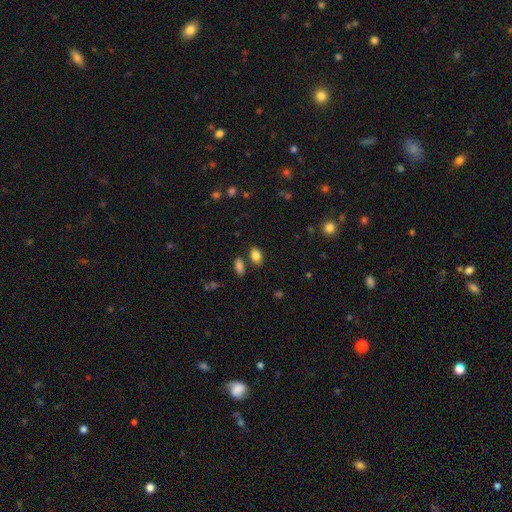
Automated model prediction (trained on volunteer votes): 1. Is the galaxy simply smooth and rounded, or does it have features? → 85% smooth, 9% star or artifact, 5% featured or disk.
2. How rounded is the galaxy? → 87% in between, 11% round, 2% cigar-shaped.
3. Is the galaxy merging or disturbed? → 77% none, 10% minor disturbance, 10% merger, 3% major disturbance.